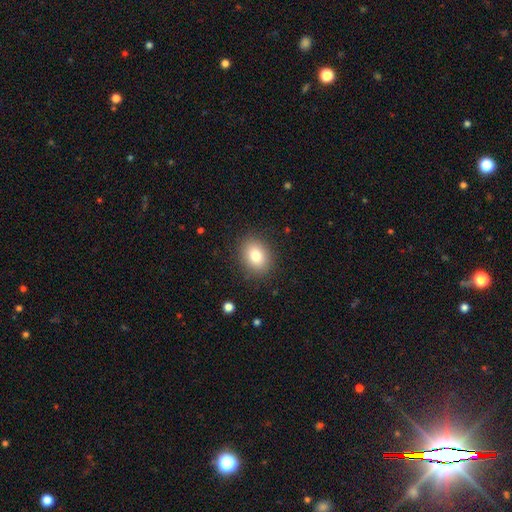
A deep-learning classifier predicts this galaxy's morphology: type=smooth (82%); roundness=in between (54%); merging=none (87%).